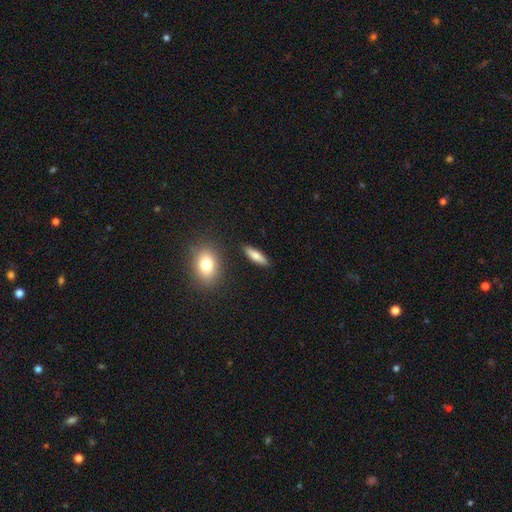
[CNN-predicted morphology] This appears to be a smooth galaxy with no disk features (68%) that is cigar-shaped (60%). Merging: none (88%).